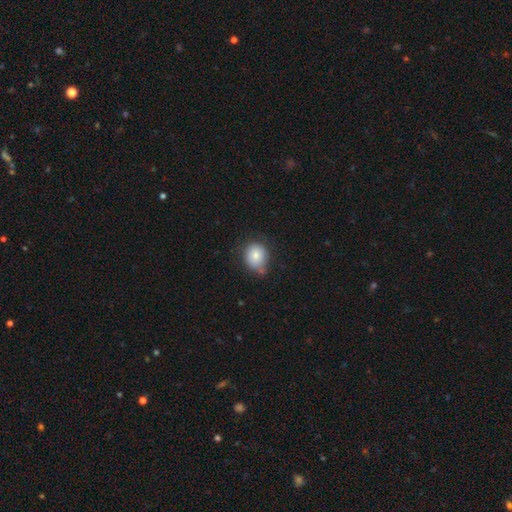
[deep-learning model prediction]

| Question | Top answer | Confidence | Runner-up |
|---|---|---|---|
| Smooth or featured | smooth | 81% | featured or disk (10%) |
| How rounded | round | 69% | in between (30%) |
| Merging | none | 58% | minor disturbance (31%) |